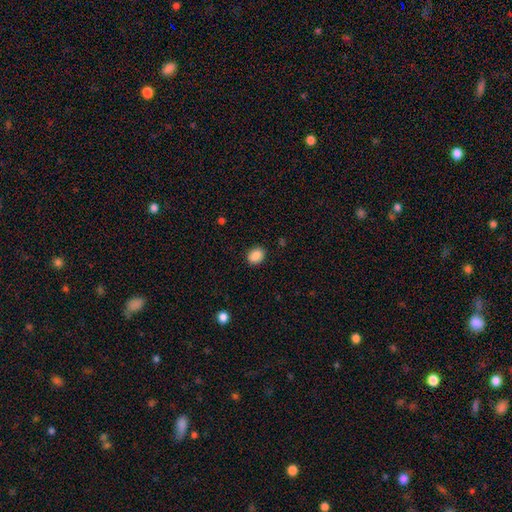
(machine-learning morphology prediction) smooth-or-featured: smooth: 88% | star or artifact: 9% | featured or disk: 3%
  how-rounded: in between: 53% | round: 46% | cigar-shaped: 1%
  merging: none: 89% | minor disturbance: 8% | major disturbance: 2% | merger: 1%